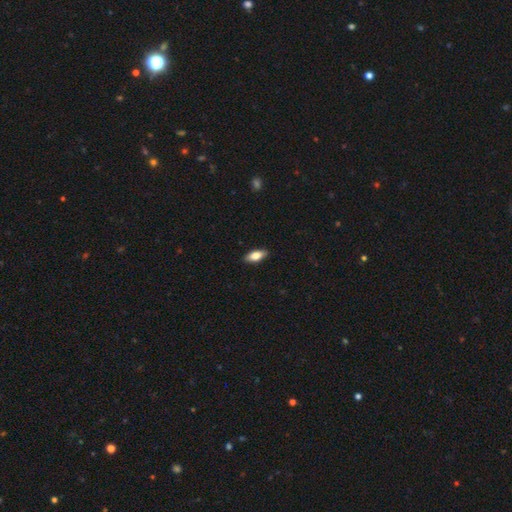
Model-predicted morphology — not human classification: Smooth or featured?
  - smooth: 76% *
  - featured or disk: 17%
  - star or artifact: 6%
How rounded?
  - in between: 84% *
  - cigar-shaped: 13%
  - round: 3%
Merging?
  - none: 89% *
  - minor disturbance: 8%
  - major disturbance: 2%
  - merger: 1%